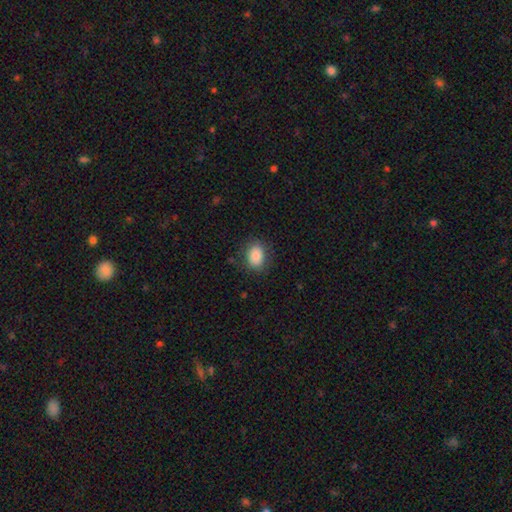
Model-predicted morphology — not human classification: A smooth galaxy with no disk features (87%) that is in between round and cigar-shaped (71%). Merging: none (82%).